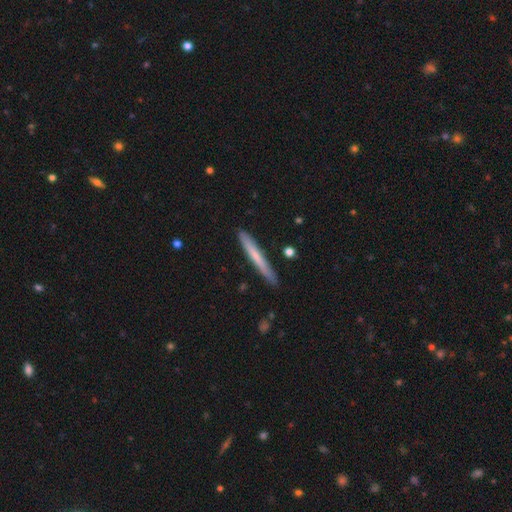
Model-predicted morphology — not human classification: Smooth or featured? smooth (61%)
How rounded? cigar-shaped (97%)
Merging? none (87%)